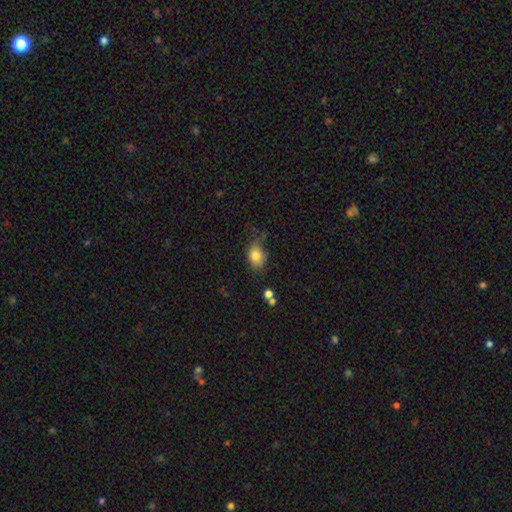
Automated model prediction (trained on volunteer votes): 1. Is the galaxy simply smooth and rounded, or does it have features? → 81% smooth, 10% star or artifact, 9% featured or disk.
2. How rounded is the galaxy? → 63% in between, 36% round, 1% cigar-shaped.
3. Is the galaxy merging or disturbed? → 59% none, 29% minor disturbance, 9% major disturbance, 3% merger.